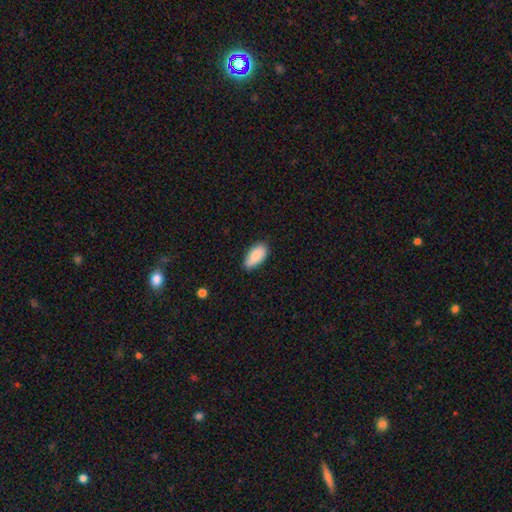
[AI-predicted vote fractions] smooth_or_featured: smooth (p=0.87) [alt: star or artifact p=0.06]
how_rounded: in between (p=0.91) [alt: cigar-shaped p=0.07]
merging: none (p=0.74) [alt: minor disturbance p=0.22]